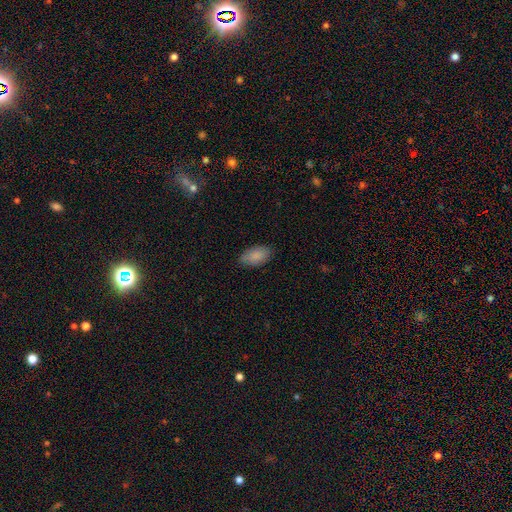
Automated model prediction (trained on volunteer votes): Morphology: type=smooth (87%); roundness=in between (94%); merging=none (84%).